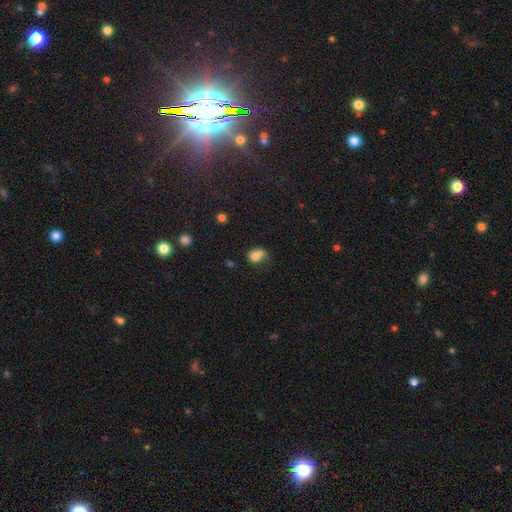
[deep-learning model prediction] Smooth or featured? Predicted: smooth (p=0.77). How rounded? Predicted: in between (p=0.49, tied with round). Merging? Predicted: none (p=0.37).